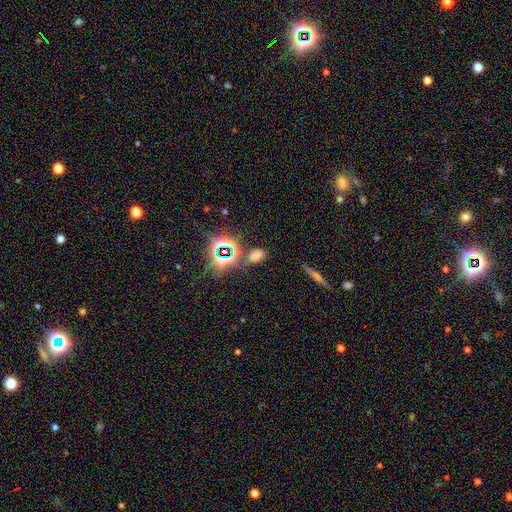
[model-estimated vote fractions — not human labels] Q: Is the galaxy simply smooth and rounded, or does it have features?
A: smooth — 52%.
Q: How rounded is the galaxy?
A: in between — 86%.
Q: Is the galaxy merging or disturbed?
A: none — 72%.